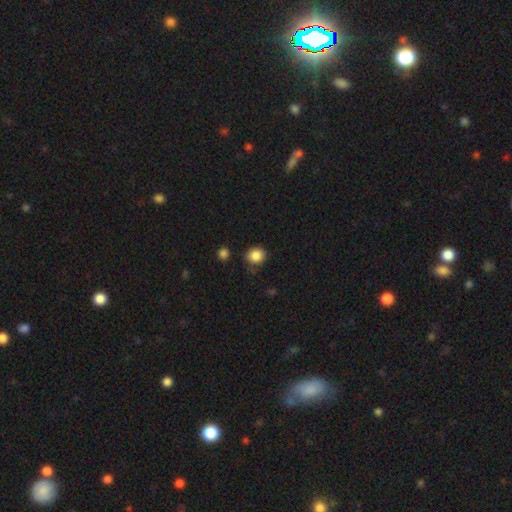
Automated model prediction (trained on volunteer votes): smooth_or_featured: smooth (p=0.86) [alt: star or artifact p=0.10]
how_rounded: round (p=0.80) [alt: in between p=0.19]
merging: none (p=0.79) [alt: minor disturbance p=0.14]